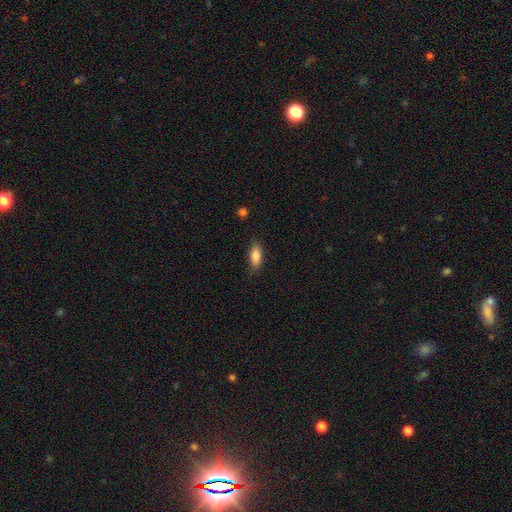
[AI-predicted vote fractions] This is clearly a smooth galaxy (83%). How rounded: likely in between (74%). Merging: clearly none (82%).